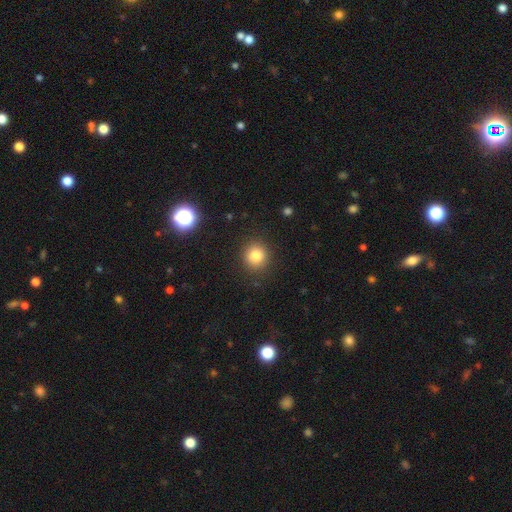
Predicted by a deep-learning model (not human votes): Smooth or featured: smooth — 82% (star or artifact — 12%)
How rounded: round — 87% (in between — 12%)
Merging: none — 89% (minor disturbance — 7%)